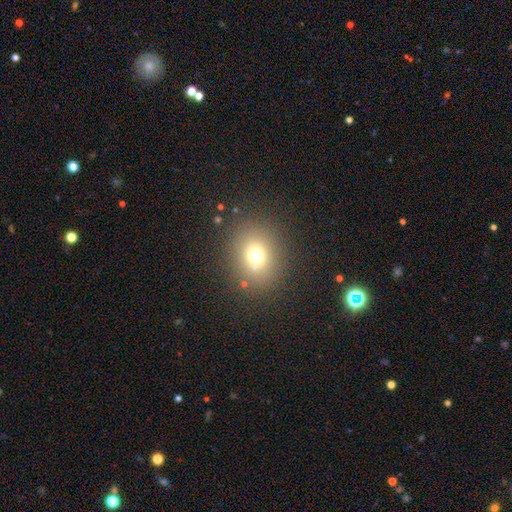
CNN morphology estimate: smooth_or_featured: smooth (p=0.70) [alt: star or artifact p=0.18]
how_rounded: round (p=0.70) [alt: in between p=0.29]
merging: none (p=0.83) [alt: minor disturbance p=0.09]